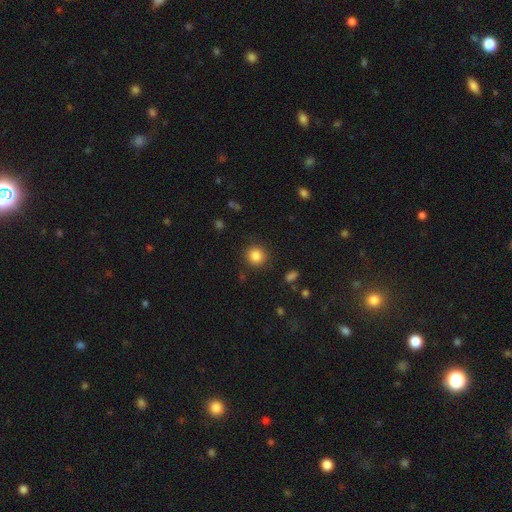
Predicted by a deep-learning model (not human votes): Smooth or featured? smooth (85%)
How rounded? round (91%)
Merging? none (89%)